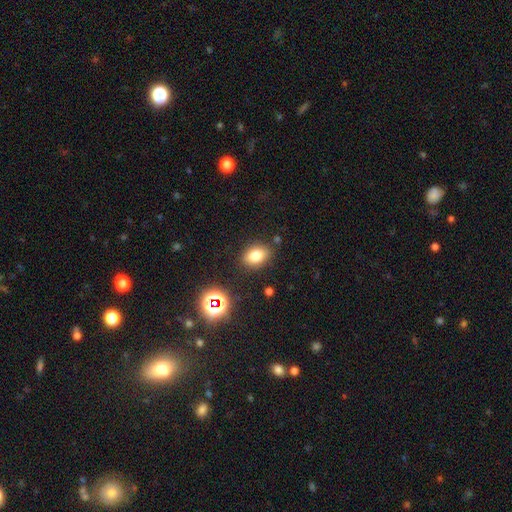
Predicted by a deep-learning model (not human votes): smooth-or-featured: smooth: 76% | star or artifact: 14% | featured or disk: 10%
  how-rounded: in between: 79% | round: 19% | cigar-shaped: 2%
  merging: none: 83% | minor disturbance: 11% | major disturbance: 3% | merger: 3%